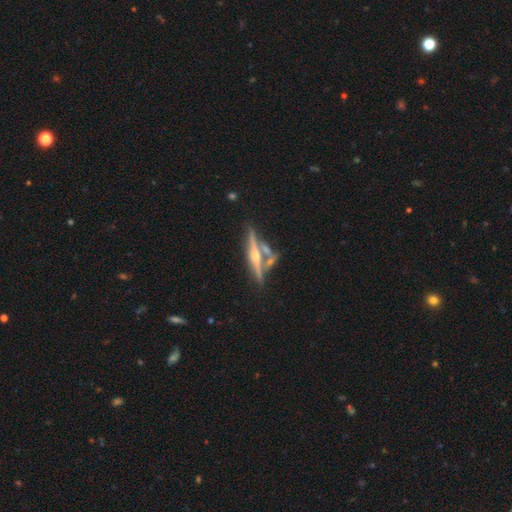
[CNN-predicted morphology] The model was most divided on "merging": none: 58%, merger: 27%, minor disturbance: 11%, major disturbance: 4%. More confident: edge-on disk — yes (96%); edge-on bulge — rounded (89%); smooth or featured — featured or disk (77%).